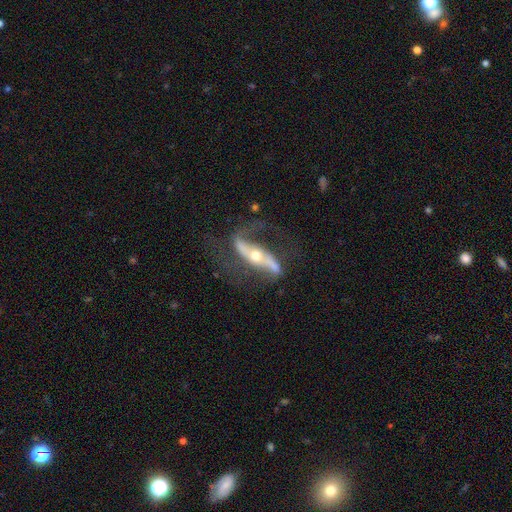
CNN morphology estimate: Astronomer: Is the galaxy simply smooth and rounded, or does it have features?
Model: featured or disk — 84%.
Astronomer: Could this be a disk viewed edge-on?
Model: no — 77%.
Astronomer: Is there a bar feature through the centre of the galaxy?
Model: strong — 49% (runner-up: no, 30%).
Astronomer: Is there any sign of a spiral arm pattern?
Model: yes — 91%.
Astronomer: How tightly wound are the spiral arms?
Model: loose — 70%.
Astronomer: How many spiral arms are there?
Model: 2 — 88%.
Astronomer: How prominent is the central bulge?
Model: moderate — 61%.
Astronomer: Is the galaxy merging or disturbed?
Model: none — 54%.